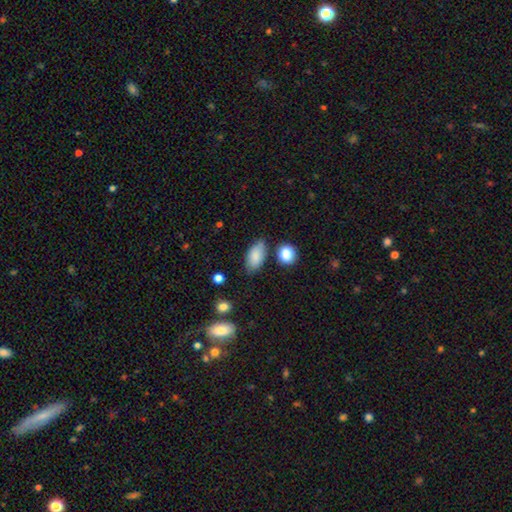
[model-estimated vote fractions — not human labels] A smooth galaxy with no disk features (85%) that is in between round and cigar-shaped (92%). Merging: none (69%).